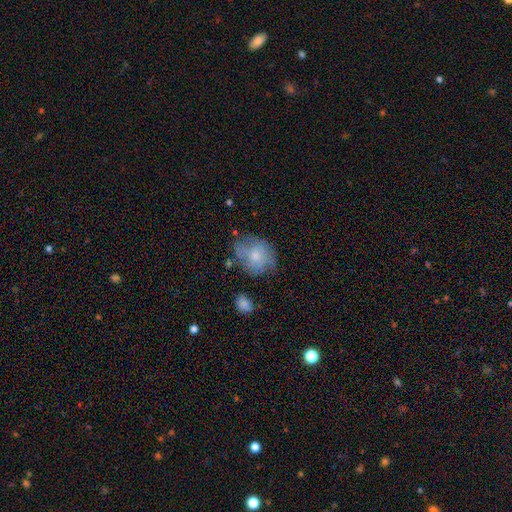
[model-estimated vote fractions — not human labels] smooth 57%, featured or disk 35%, star or artifact 8%. Down the decision tree: how rounded — round (59%); merging — none (54%).